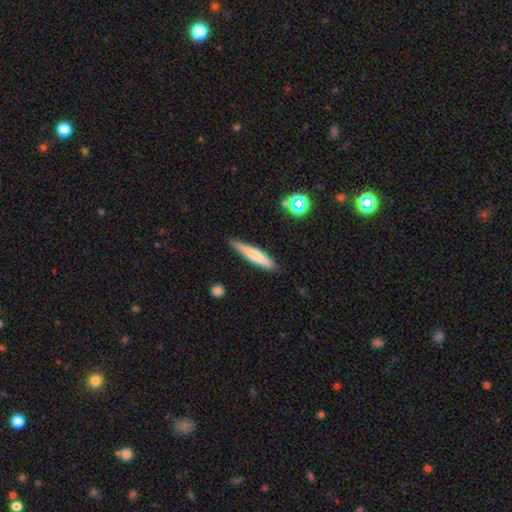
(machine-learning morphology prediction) A smooth galaxy with no disk features (66%) that is cigar-shaped (90%). Merging: none (80%).